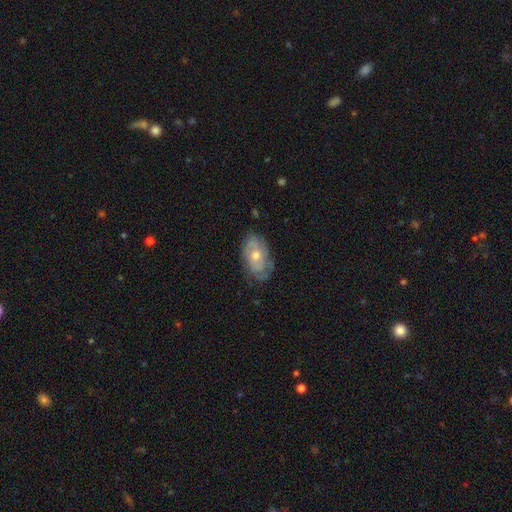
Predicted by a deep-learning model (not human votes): The model was most divided on "smooth or featured": featured or disk: 64%, smooth: 29%, star or artifact: 7%. More confident: edge-on disk — no (93%); bar — no (81%); merging — none (71%); spiral arms — yes (69%); bulge size — moderate (67%).